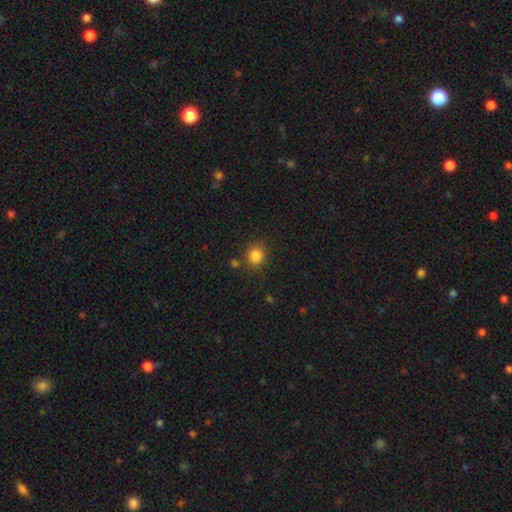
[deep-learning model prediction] A smooth galaxy with no disk features (84%) that is round (84%).

Vote fractions:
- Smooth or featured? smooth: 84% / star or artifact: 11% / featured or disk: 4%
- How rounded? round: 84% / in between: 15% / cigar-shaped: 1%
- Merging? none: 82% / minor disturbance: 10% / merger: 5% / major disturbance: 3%